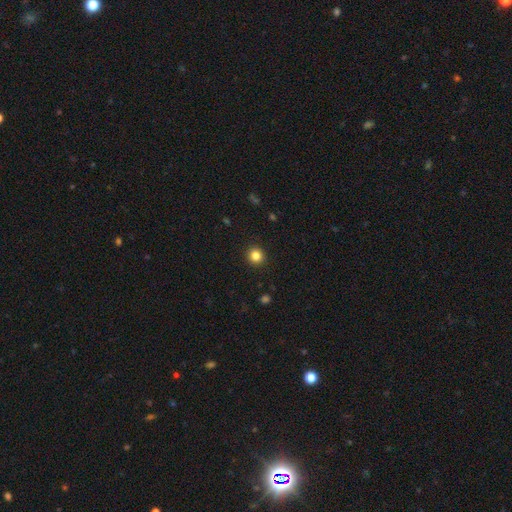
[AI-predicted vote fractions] Smooth or featured?
  - smooth: 83% *
  - star or artifact: 12%
  - featured or disk: 5%
How rounded?
  - round: 93% *
  - in between: 6%
  - cigar-shaped: 1%
Merging?
  - none: 93% *
  - minor disturbance: 5%
  - major disturbance: 2%
  - merger: 1%